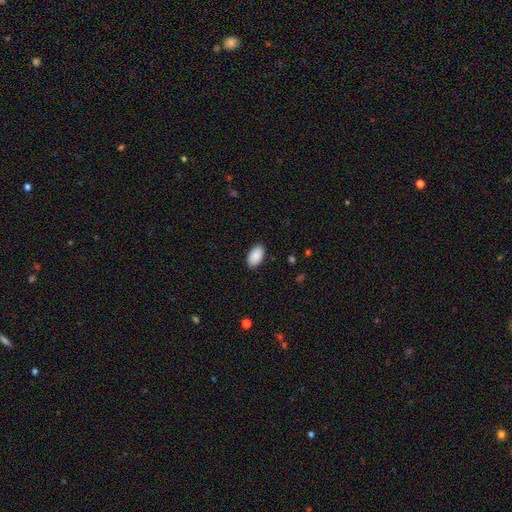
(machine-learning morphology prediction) This appears to be a smooth galaxy with no disk features (91%) that is in between round and cigar-shaped (95%). Merging: none (89%).